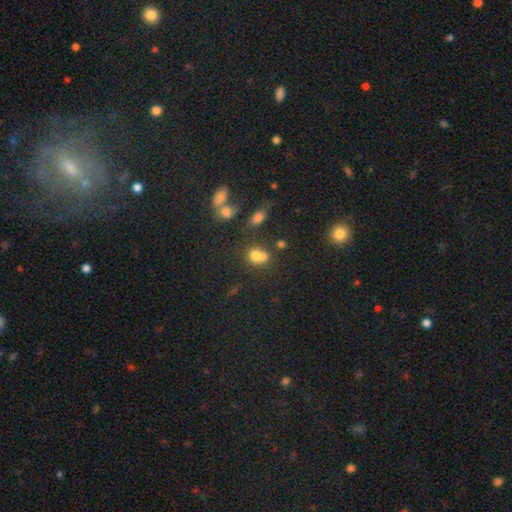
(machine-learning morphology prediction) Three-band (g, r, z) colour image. It shows a smooth galaxy with no disk features (68%) that is round (66%). Merging: merger (50%).